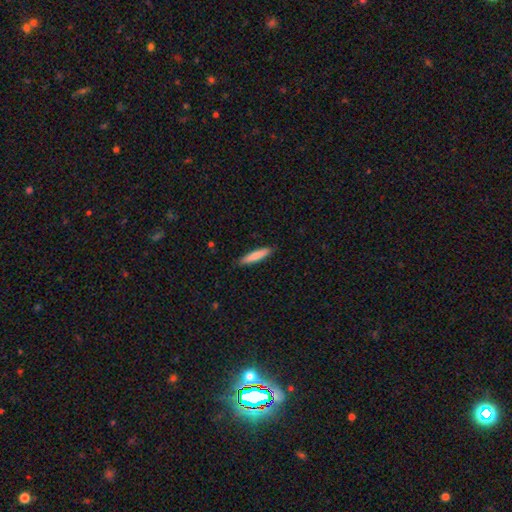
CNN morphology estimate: Smooth or featured? smooth (79%)
How rounded? cigar-shaped (85%)
Merging? none (89%)